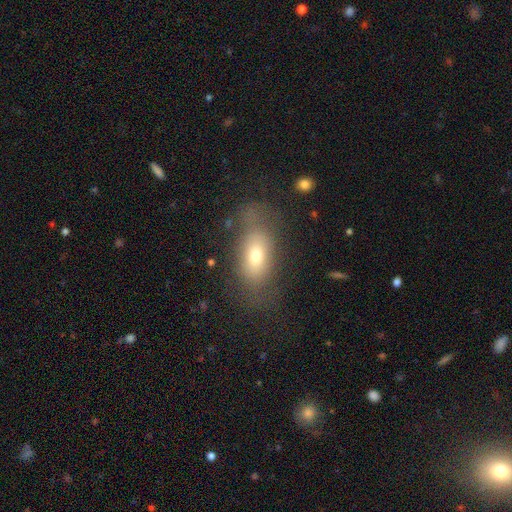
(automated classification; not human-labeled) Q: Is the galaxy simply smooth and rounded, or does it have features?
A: smooth — 64%.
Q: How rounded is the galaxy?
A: in between — 83%.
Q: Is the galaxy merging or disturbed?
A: none — 65%.